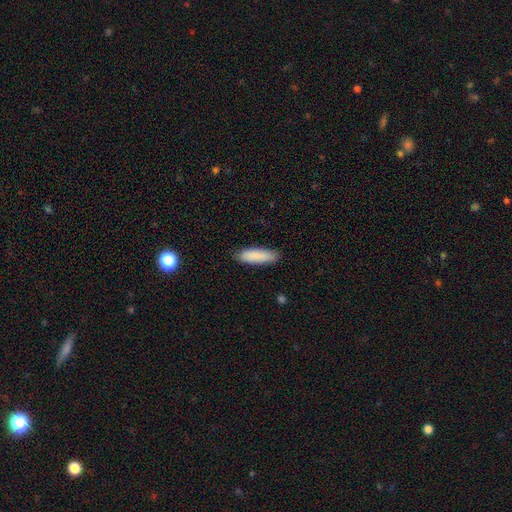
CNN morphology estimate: Overall: smooth (88%). How rounded: cigar-shaped (55%; in between 43%). Merging: none (85%).